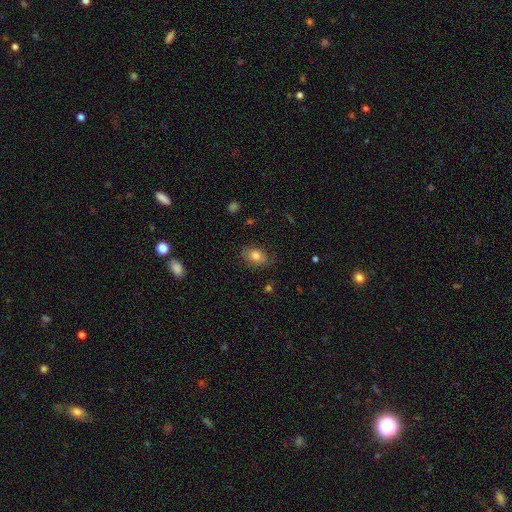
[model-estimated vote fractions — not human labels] Smooth or featured?
  - smooth: 75% *
  - featured or disk: 15%
  - star or artifact: 9%
How rounded?
  - in between: 71% *
  - round: 27%
  - cigar-shaped: 1%
Merging?
  - none: 75% *
  - minor disturbance: 18%
  - major disturbance: 6%
  - merger: 1%